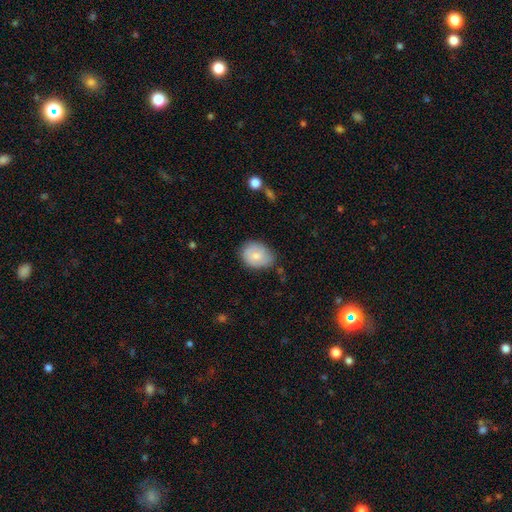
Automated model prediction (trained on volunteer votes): Morphology: type=smooth (74%); roundness=in between (61%); merging=none (66%).